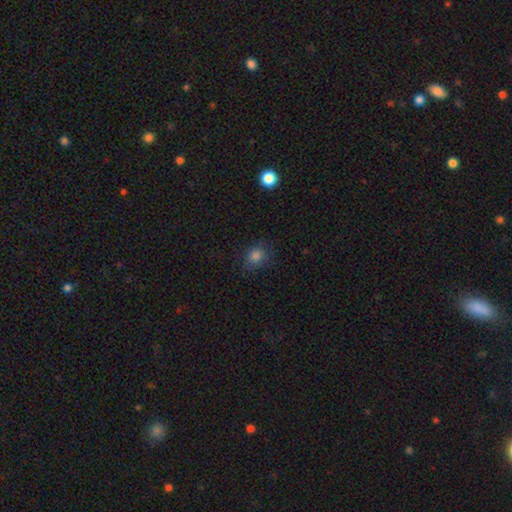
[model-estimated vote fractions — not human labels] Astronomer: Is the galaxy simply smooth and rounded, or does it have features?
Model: smooth — 81%.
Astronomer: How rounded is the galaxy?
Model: round — 69%.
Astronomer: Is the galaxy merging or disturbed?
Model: none — 78%.